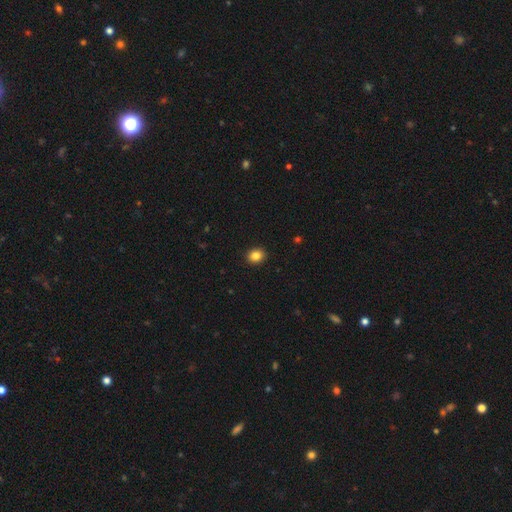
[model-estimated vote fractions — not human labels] Smooth or featured?
  - smooth: 85% *
  - star or artifact: 10%
  - featured or disk: 5%
How rounded?
  - round: 67% *
  - in between: 32%
  - cigar-shaped: 1%
Merging?
  - none: 92% *
  - minor disturbance: 6%
  - major disturbance: 2%
  - merger: 1%